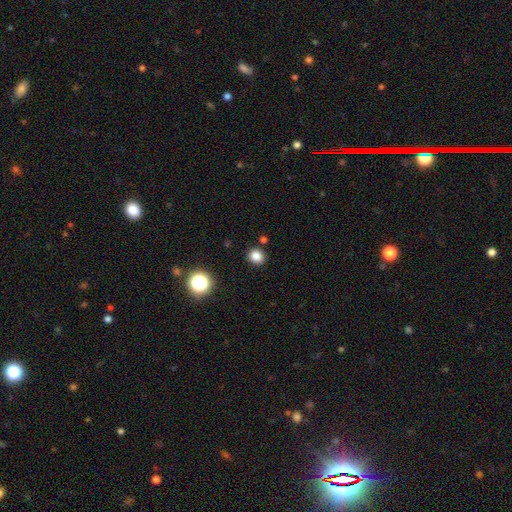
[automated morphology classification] This appears to be a smooth galaxy with no disk features (82%) that is round (77%). Merging: none (88%).